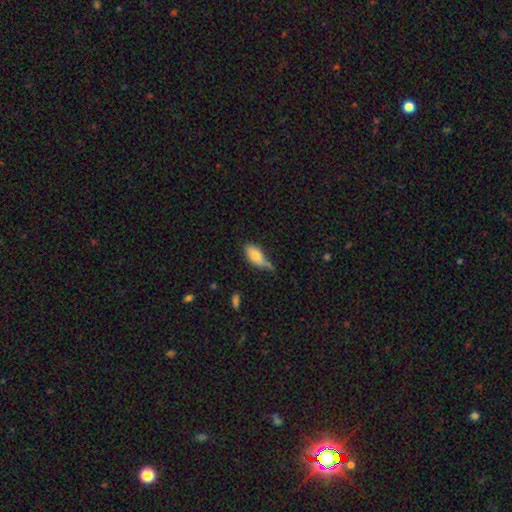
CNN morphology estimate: Smooth or featured: smooth — 81% (featured or disk — 12%)
How rounded: in between — 87% (cigar-shaped — 10%)
Merging: none — 40% (minor disturbance — 38%)